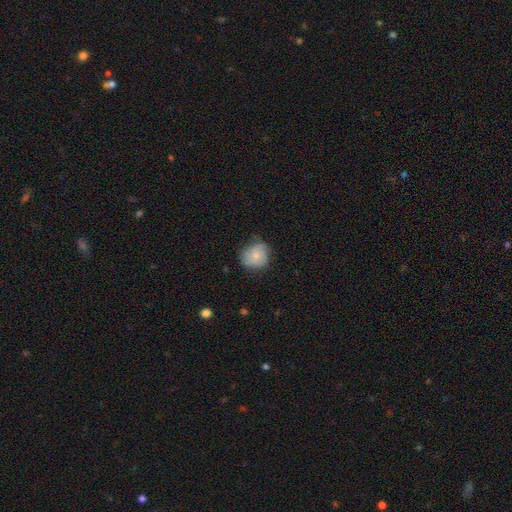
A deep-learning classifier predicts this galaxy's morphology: Smooth or featured: smooth — 51% (featured or disk — 41%)
How rounded: round — 76% (in between — 23%)
Merging: none — 63% (minor disturbance — 28%)